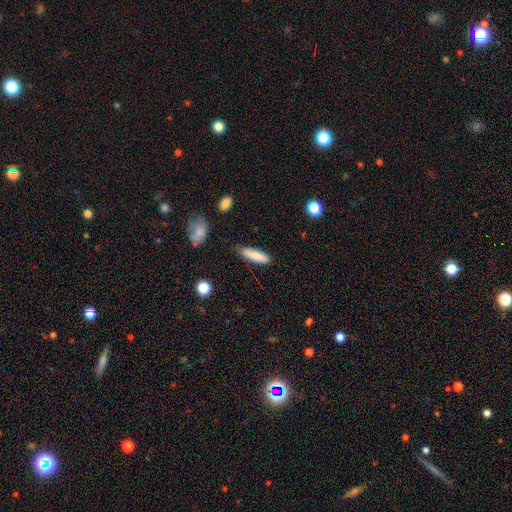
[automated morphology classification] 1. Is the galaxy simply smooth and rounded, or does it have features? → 83% smooth, 11% featured or disk, 6% star or artifact.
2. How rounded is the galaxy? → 66% cigar-shaped, 32% in between, 2% round.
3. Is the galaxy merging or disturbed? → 78% none, 17% minor disturbance, 3% major disturbance, 2% merger.